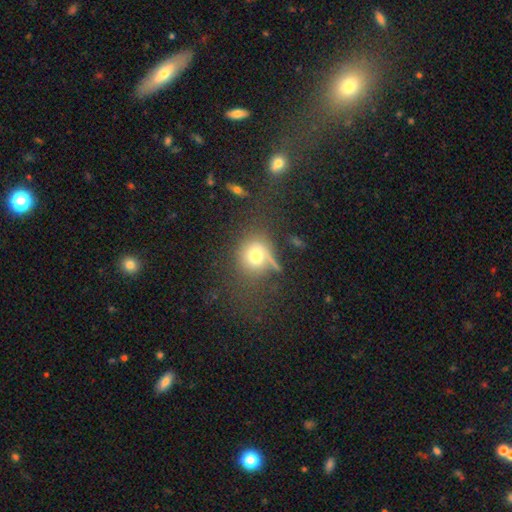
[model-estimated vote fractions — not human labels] smooth 70%, featured or disk 15%, star or artifact 15%. Down the decision tree: how rounded — round (82%); merging — none (59%).